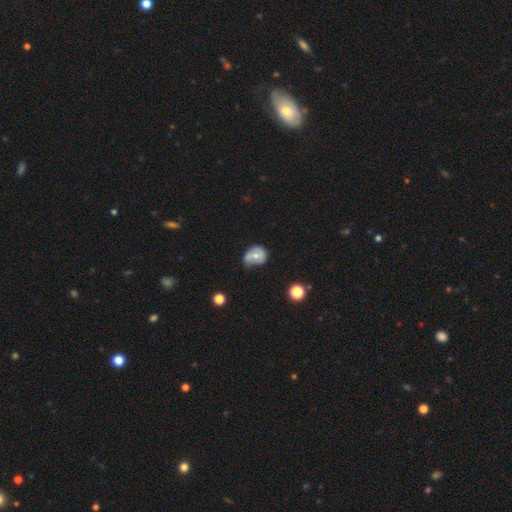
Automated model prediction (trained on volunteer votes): Morphology: type=smooth (51%); roundness=round (50%); merging=minor disturbance (42%).